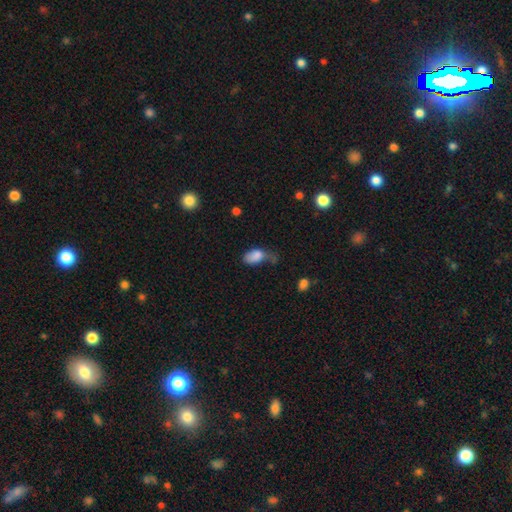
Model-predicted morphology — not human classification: This is clearly a smooth galaxy (80%). How rounded: clearly in between (90%). Merging: marginally major disturbance (34%).